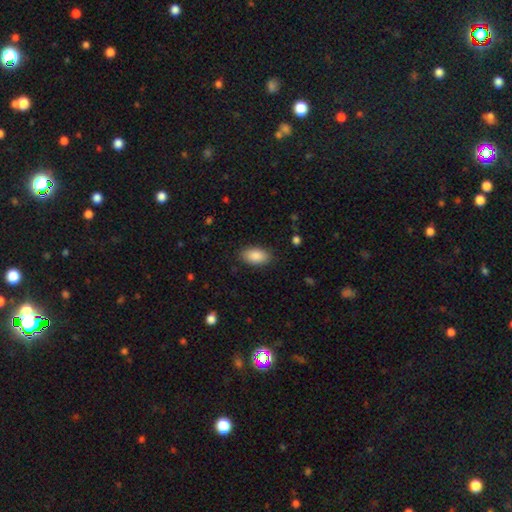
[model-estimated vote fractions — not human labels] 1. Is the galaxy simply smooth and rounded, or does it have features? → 89% smooth, 6% star or artifact, 5% featured or disk.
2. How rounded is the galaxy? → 94% in between, 4% round, 2% cigar-shaped.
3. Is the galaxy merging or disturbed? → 86% none, 10% minor disturbance, 3% major disturbance, 1% merger.